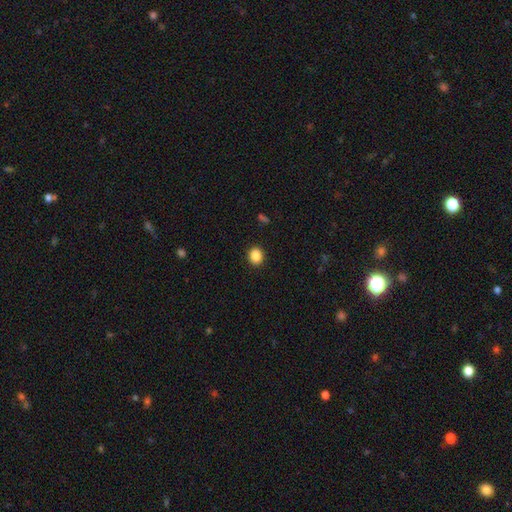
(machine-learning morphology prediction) This appears to be a smooth galaxy with no disk features (87%) that is round (60%). Merging: none (91%).